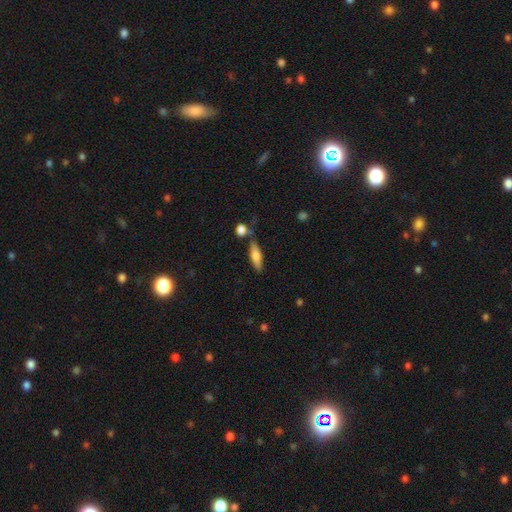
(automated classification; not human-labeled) Smooth or featured: smooth — 68% (featured or disk — 25%)
How rounded: cigar-shaped — 56% (in between — 41%)
Merging: none — 68% (minor disturbance — 15%)